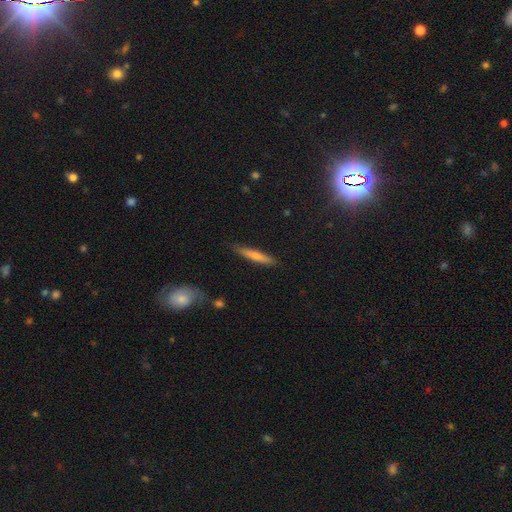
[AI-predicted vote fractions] Smooth or featured?
  - smooth: 70% *
  - featured or disk: 24%
  - star or artifact: 6%
How rounded?
  - cigar-shaped: 92% *
  - in between: 7%
  - round: 1%
Merging?
  - none: 86% *
  - minor disturbance: 10%
  - major disturbance: 2%
  - merger: 2%